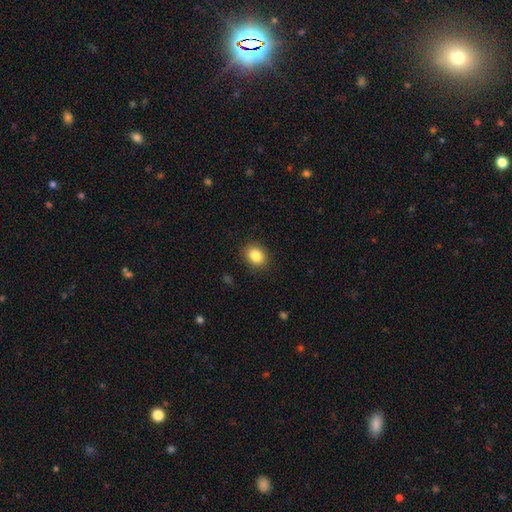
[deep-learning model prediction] This appears to be a smooth galaxy with no disk features (84%) that is round (50%). Merging: none (88%).